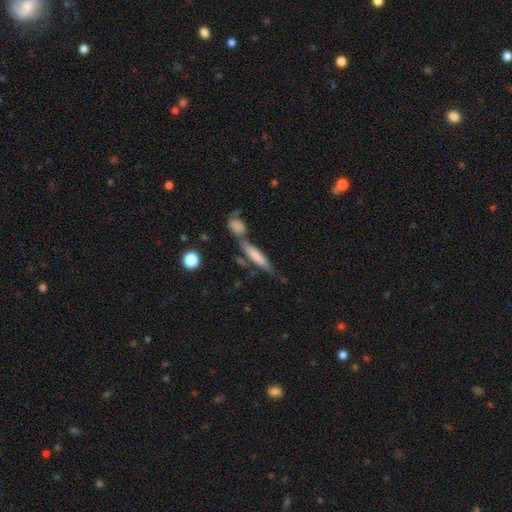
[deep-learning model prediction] Q: Smooth or featured?
A: smooth (71%); runner-up: featured or disk (23%)
Q: How rounded?
A: cigar-shaped (80%); runner-up: in between (18%)
Q: Merging?
A: none (55%); runner-up: merger (25%)